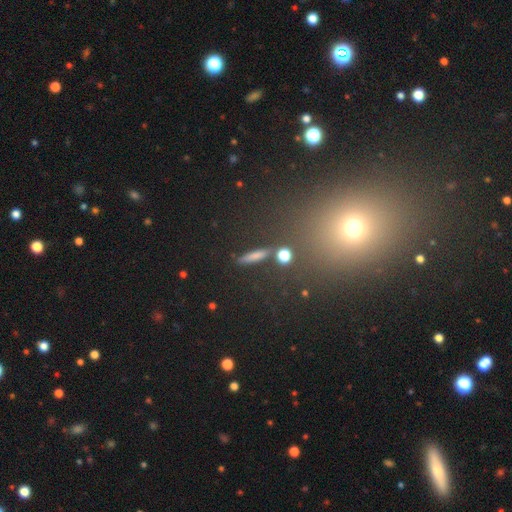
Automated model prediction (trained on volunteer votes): Smooth or featured? Predicted: star or artifact (p=0.50).